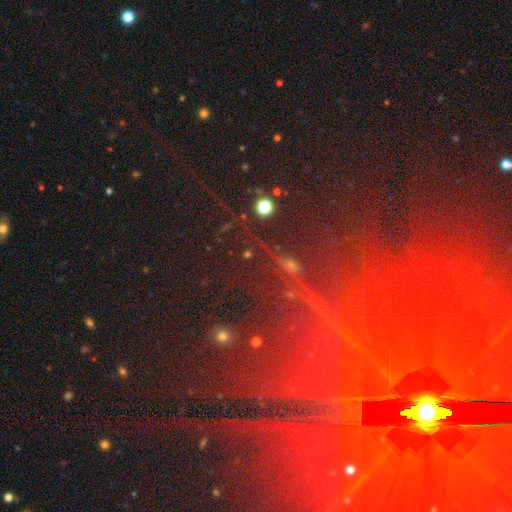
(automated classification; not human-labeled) This is likely a star or artifact rather than a galaxy (77%).